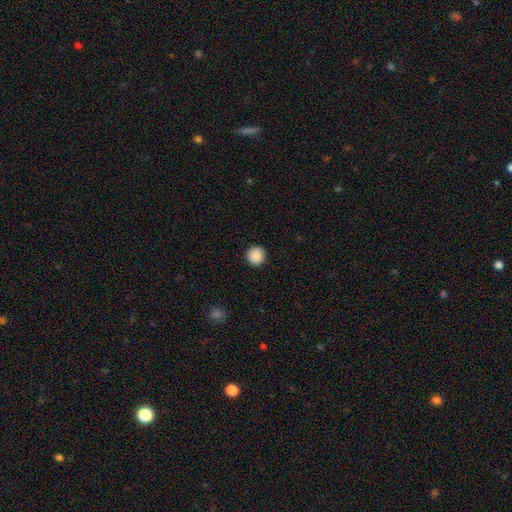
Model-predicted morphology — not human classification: Overall: smooth (89%). How rounded: round (93%). Merging: none (93%).